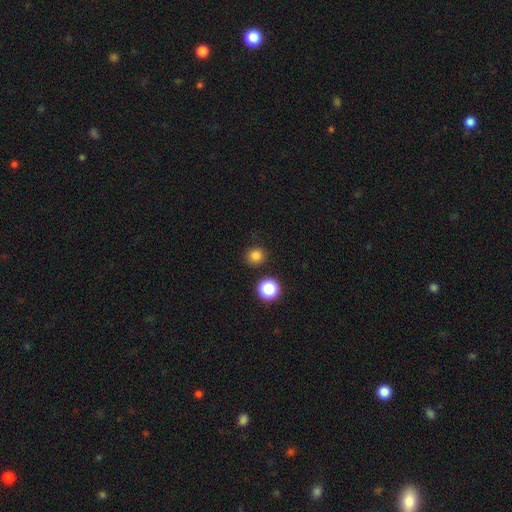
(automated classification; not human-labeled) smooth 81%, star or artifact 15%, featured or disk 4%. Down the decision tree: how rounded — round (89%); merging — none (89%).